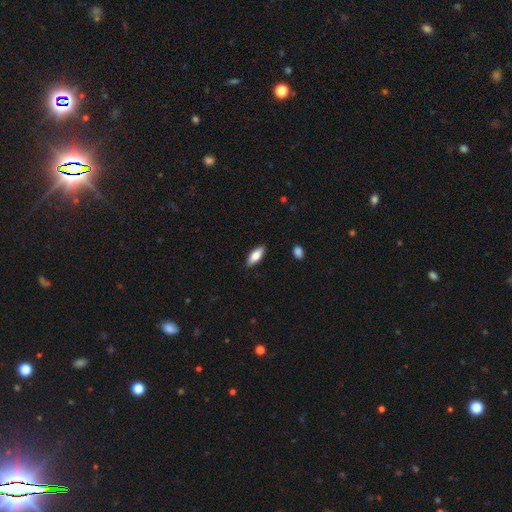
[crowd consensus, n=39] This appears to be a smooth galaxy with no disk features (77%) that is in between round and cigar-shaped (80%). Merging: none (86%).